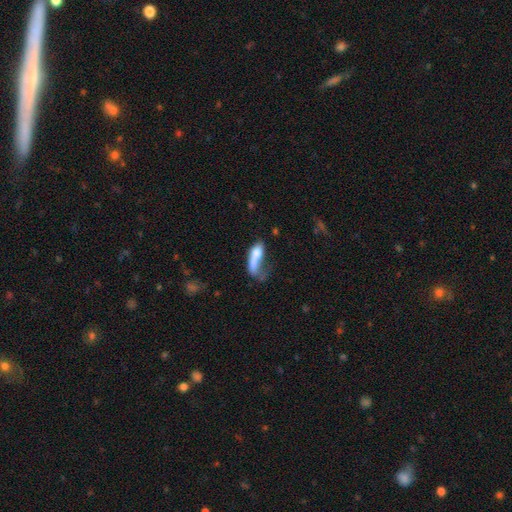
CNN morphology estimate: smooth_or_featured: smooth (p=0.64) [alt: featured or disk p=0.28]
how_rounded: in between (p=0.50) [alt: cigar-shaped p=0.46]
merging: major disturbance (p=0.47) [alt: none p=0.21]